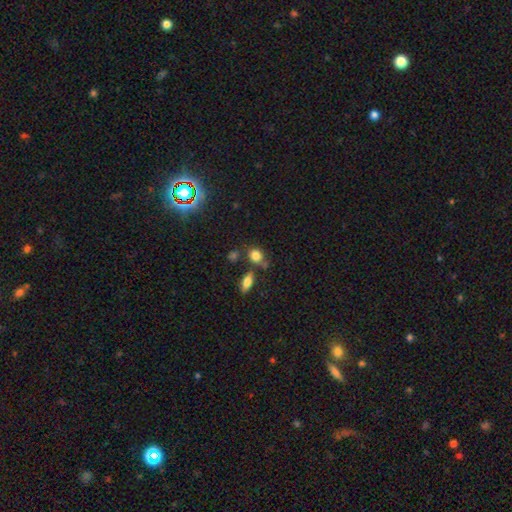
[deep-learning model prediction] The model was most divided on "how rounded": round: 61%, in between: 37%, cigar-shaped: 3%. More confident: smooth or featured — smooth (81%); merging — none (62%).